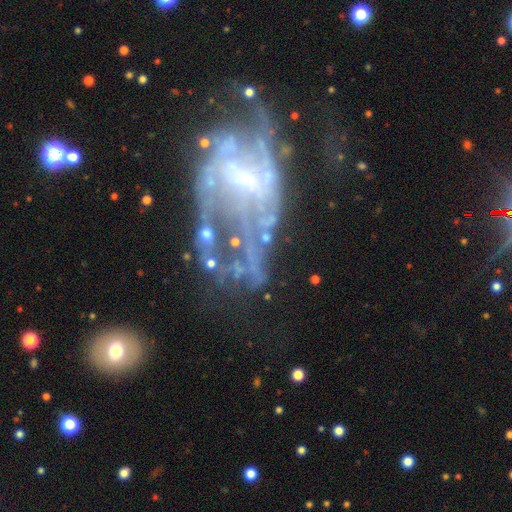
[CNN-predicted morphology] A featured or disk galaxy (77%) with no bar (42%), spiral arms (64%) and a small central bulge (61%). Merging: major disturbance (40%).